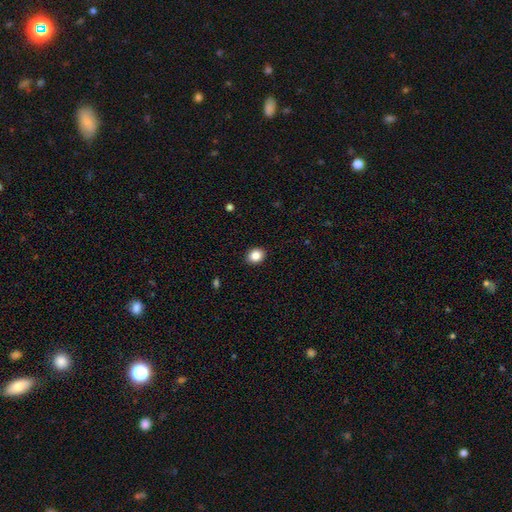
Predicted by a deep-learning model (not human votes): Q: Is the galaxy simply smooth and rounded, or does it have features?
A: smooth — 85%.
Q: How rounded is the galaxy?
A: round — 59%.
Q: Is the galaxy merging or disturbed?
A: none — 91%.